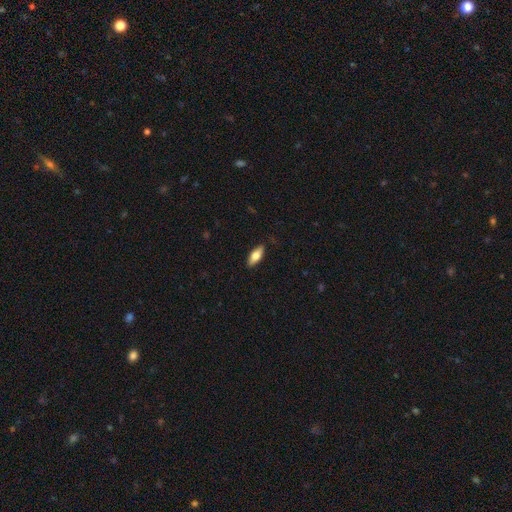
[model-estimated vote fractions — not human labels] This is likely a smooth galaxy (70%). How rounded: likely in between (73%). Merging: clearly none (88%).